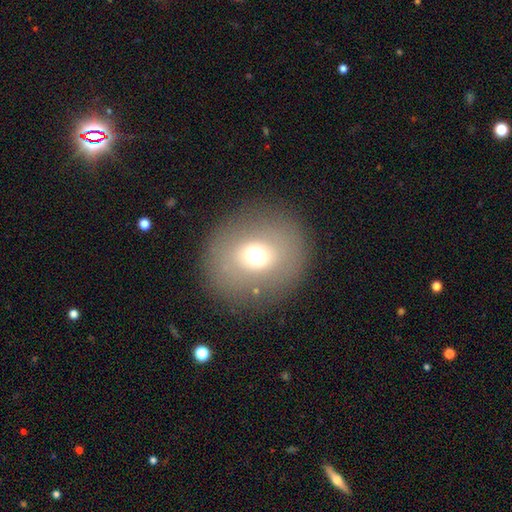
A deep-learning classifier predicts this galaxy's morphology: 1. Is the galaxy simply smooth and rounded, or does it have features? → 64% smooth, 22% featured or disk, 15% star or artifact.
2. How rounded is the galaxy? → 67% round, 32% in between, 1% cigar-shaped.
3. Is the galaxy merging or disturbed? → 83% none, 10% minor disturbance, 6% major disturbance, 2% merger.